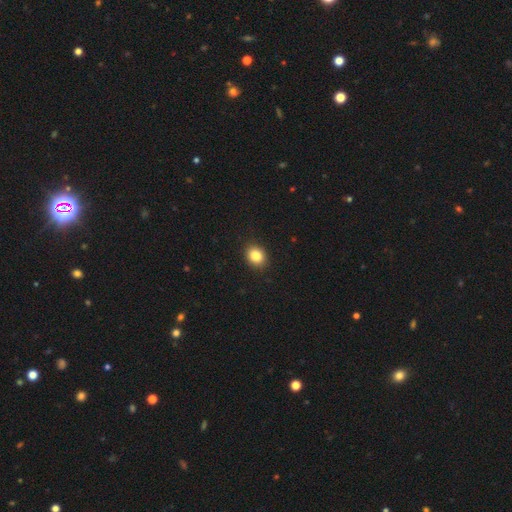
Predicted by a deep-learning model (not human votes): Smooth or featured: smooth — 86% (star or artifact — 10%)
How rounded: round — 53% (in between — 46%)
Merging: none — 90% (minor disturbance — 7%)